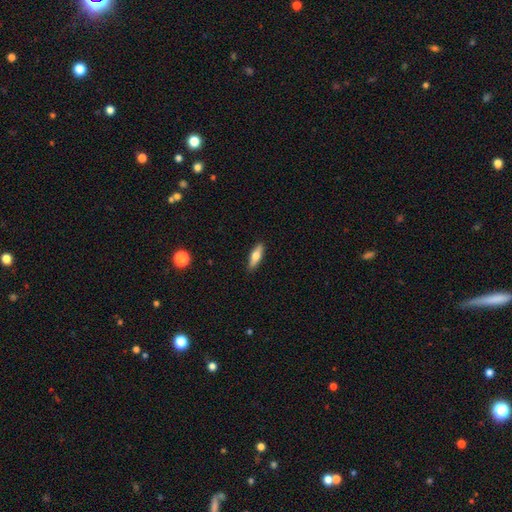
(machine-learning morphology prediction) smooth 60%, featured or disk 33%, star or artifact 6%. Down the decision tree: how rounded — cigar-shaped (54%); merging — none (89%).